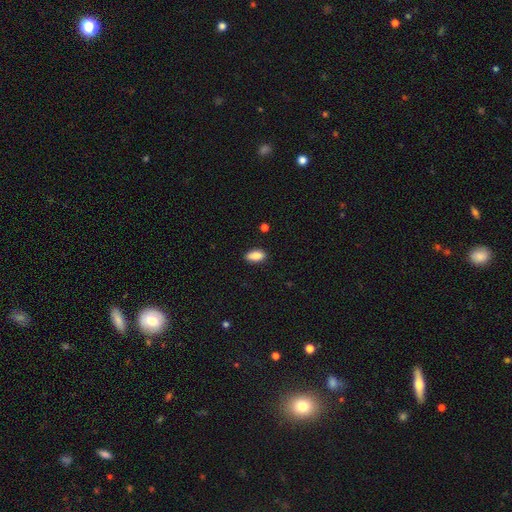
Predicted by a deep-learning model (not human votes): Morphology: type=smooth (86%); roundness=in between (86%); merging=none (87%).